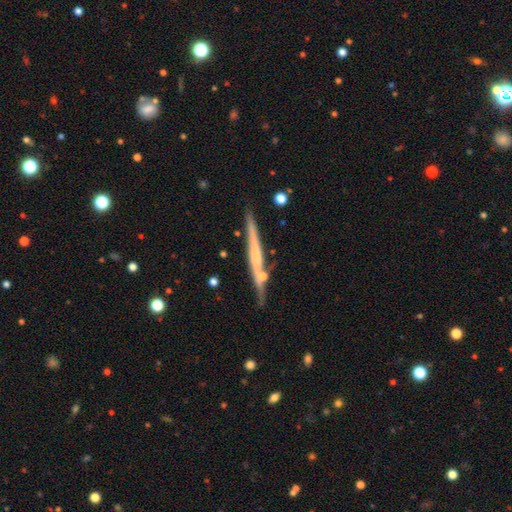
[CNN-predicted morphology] A featured or disk galaxy (60%) viewed edge-on (96%) with no central bulge (67%). Merging: none (80%).